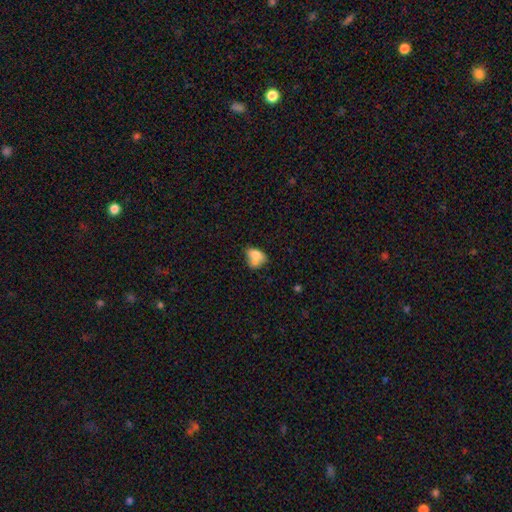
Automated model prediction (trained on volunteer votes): Smooth or featured? smooth (70%)
How rounded? in between (73%)
Merging? merger (43%)